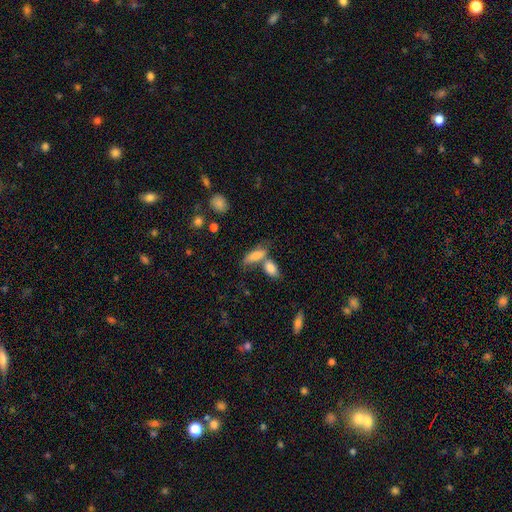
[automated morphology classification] type=smooth (79%); roundness=in between (65%); merging=merger (41%).